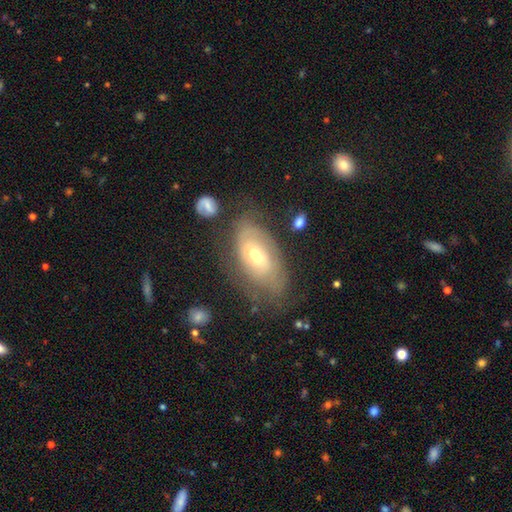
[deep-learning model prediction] The model was most divided on "smooth or featured": featured or disk: 59%, smooth: 33%, star or artifact: 8%. More confident: edge-on disk — no (91%); bar — no (68%); spiral arms — yes (68%); bulge size — moderate (62%); merging — none (58%).